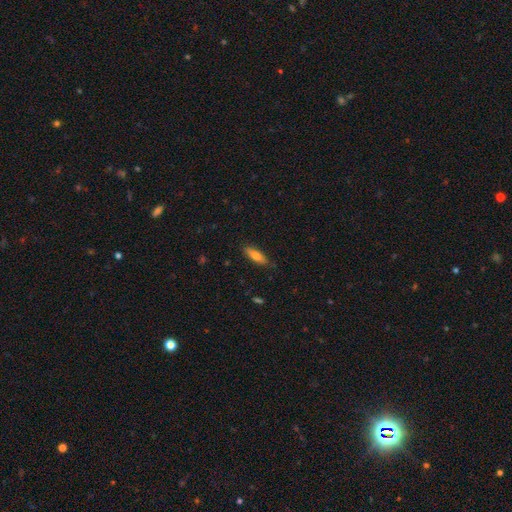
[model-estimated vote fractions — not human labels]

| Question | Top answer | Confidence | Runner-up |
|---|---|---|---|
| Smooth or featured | smooth | 73% | featured or disk (20%) |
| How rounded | in between | 49% | tied: cigar-shaped (49%) |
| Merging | none | 84% | minor disturbance (12%) |